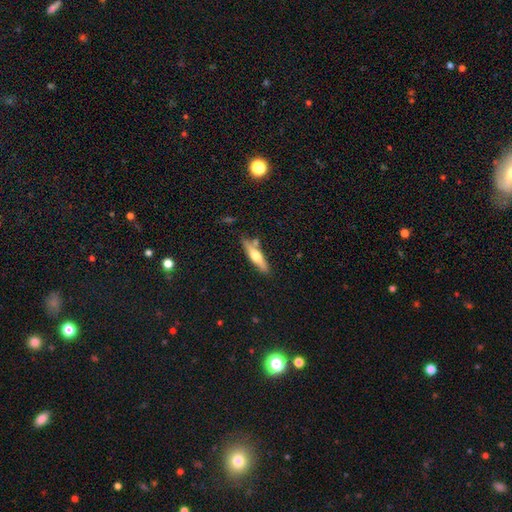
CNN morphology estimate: A smooth galaxy with no disk features (47%, tied with featured or disk).

Vote fractions:
- Smooth or featured? smooth: 47% (tied) / featured or disk: 47% (tied) / star or artifact: 6%
- Merging? none: 78% / minor disturbance: 13% / merger: 6% / major disturbance: 3%